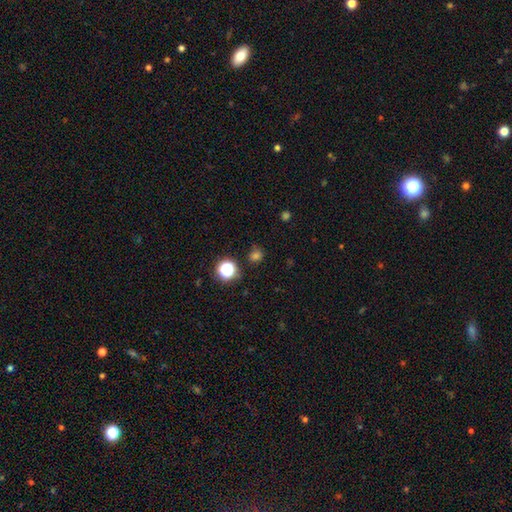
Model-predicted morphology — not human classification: Smooth or featured?
  - smooth: 69% *
  - star or artifact: 26%
  - featured or disk: 5%
How rounded?
  - round: 85% *
  - in between: 14%
  - cigar-shaped: 1%
Merging?
  - none: 80% *
  - minor disturbance: 12%
  - major disturbance: 4%
  - merger: 4%